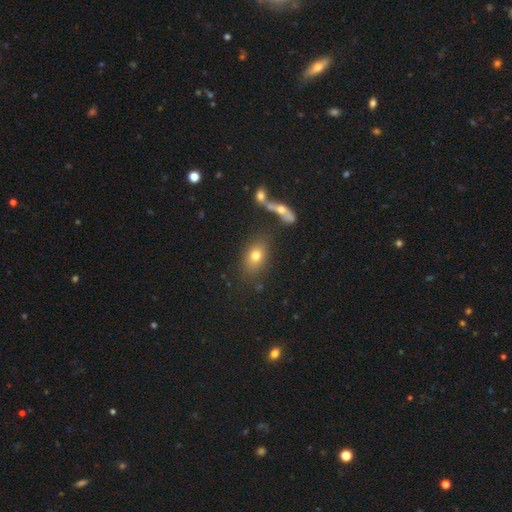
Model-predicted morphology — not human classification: Smooth or featured?
  - smooth: 74% *
  - featured or disk: 15%
  - star or artifact: 12%
How rounded?
  - in between: 70% *
  - round: 27%
  - cigar-shaped: 3%
Merging?
  - none: 71% *
  - minor disturbance: 12%
  - merger: 11%
  - major disturbance: 6%